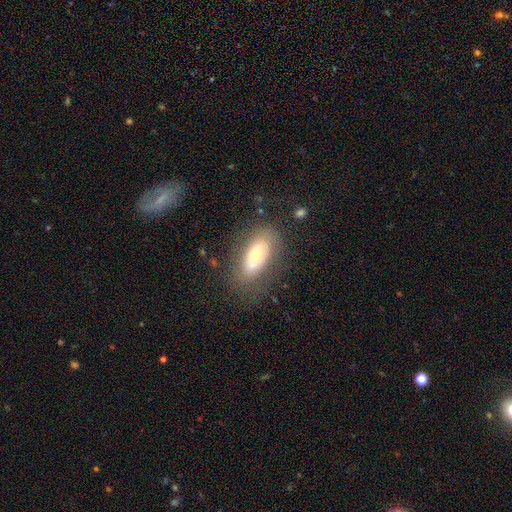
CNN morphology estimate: Smooth or featured? smooth (50%)
How rounded? in between (86%)
Merging? none (69%)